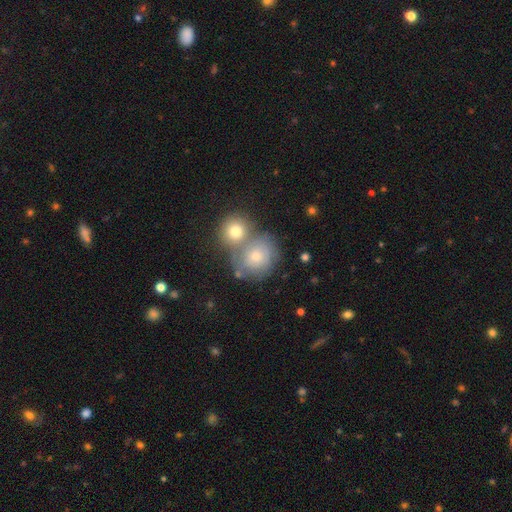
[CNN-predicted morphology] A smooth galaxy with no disk features (52%) that is round (80%). Merging: merger (45%).